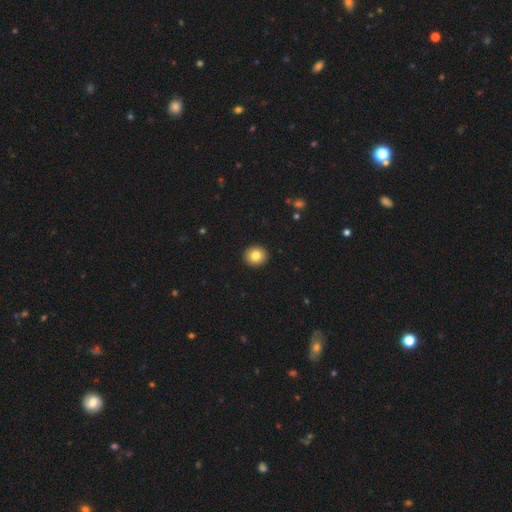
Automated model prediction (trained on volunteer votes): smooth 81%, star or artifact 9%, featured or disk 9%. Down the decision tree: how rounded — round (88%); merging — none (93%).